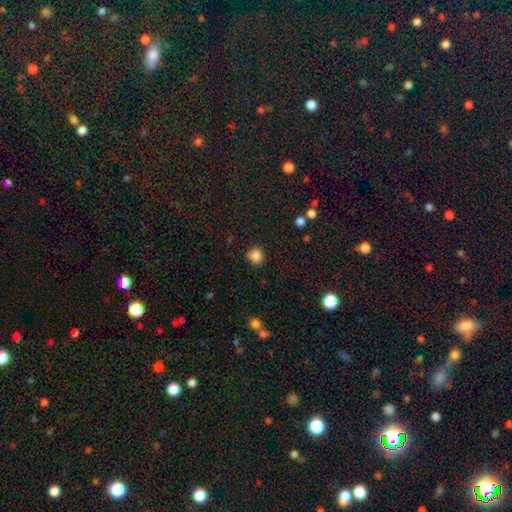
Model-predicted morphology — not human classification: Q: Smooth or featured?
A: smooth (85%); runner-up: star or artifact (11%)
Q: How rounded?
A: round (85%); runner-up: in between (14%)
Q: Merging?
A: none (78%); runner-up: minor disturbance (16%)